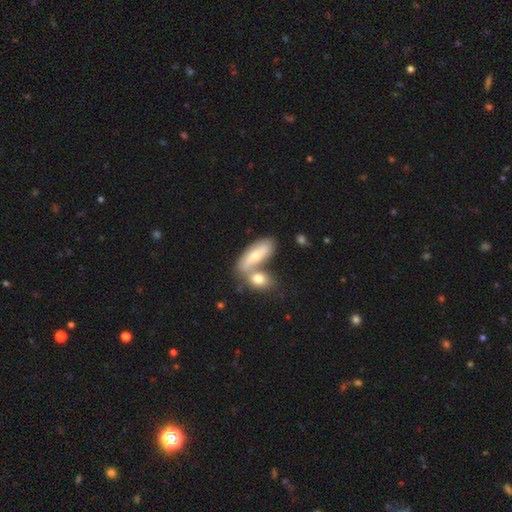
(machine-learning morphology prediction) Q: Smooth or featured?
A: smooth (62%); runner-up: featured or disk (32%)
Q: How rounded?
A: in between (72%); runner-up: cigar-shaped (23%)
Q: Merging?
A: merger (55%); runner-up: none (32%)